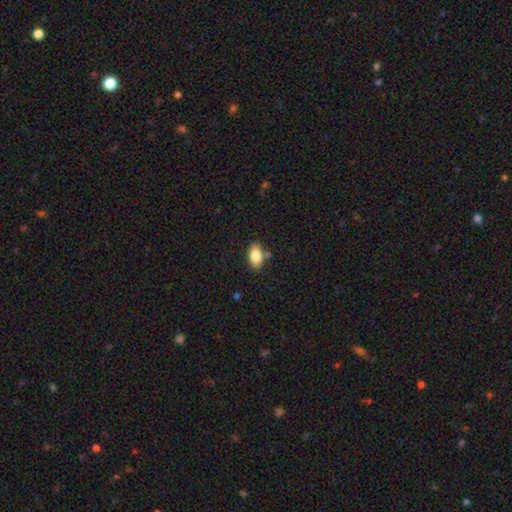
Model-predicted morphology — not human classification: type=smooth (85%); roundness=in between (91%); merging=none (79%).